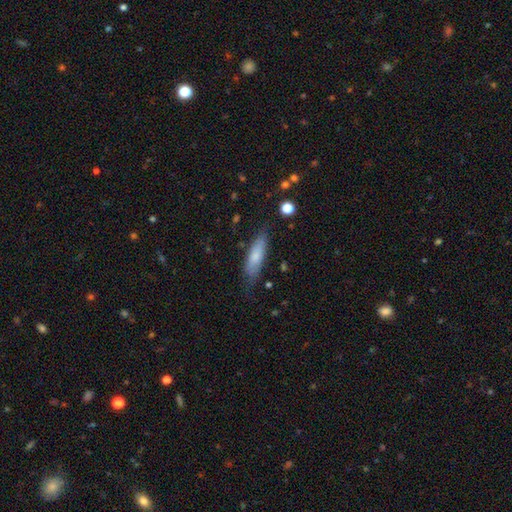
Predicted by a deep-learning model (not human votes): smooth_or_featured: smooth (p=0.75) [alt: featured or disk p=0.19]
how_rounded: cigar-shaped (p=0.57) [alt: in between p=0.41]
merging: none (p=0.72) [alt: minor disturbance p=0.21]